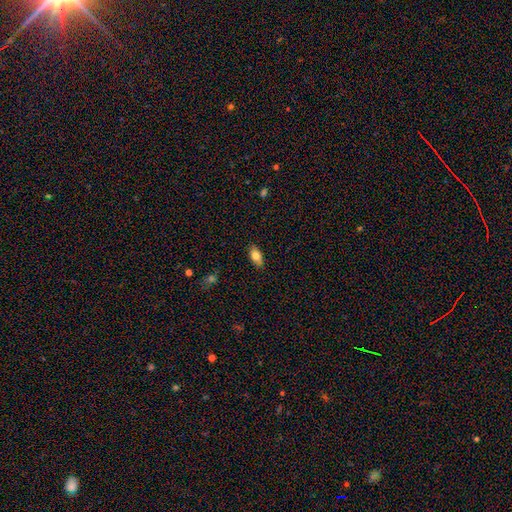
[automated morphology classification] This is clearly a smooth galaxy (80%). How rounded: clearly in between (90%). Merging: clearly none (85%).